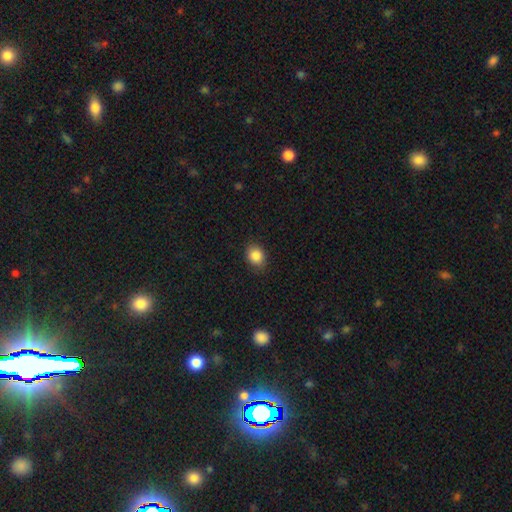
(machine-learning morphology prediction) Smooth or featured?
  - smooth: 86% *
  - star or artifact: 10%
  - featured or disk: 5%
How rounded?
  - round: 52% *
  - in between: 47%
  - cigar-shaped: 1%
Merging?
  - none: 85% *
  - minor disturbance: 11%
  - major disturbance: 3%
  - merger: 1%